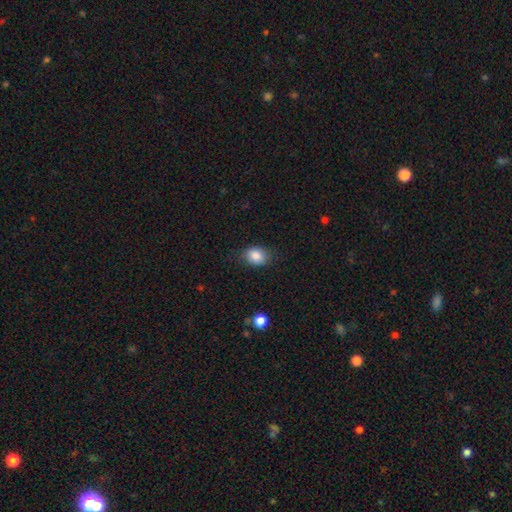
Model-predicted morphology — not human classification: type=smooth (86%); roundness=in between (66%); merging=none (78%).